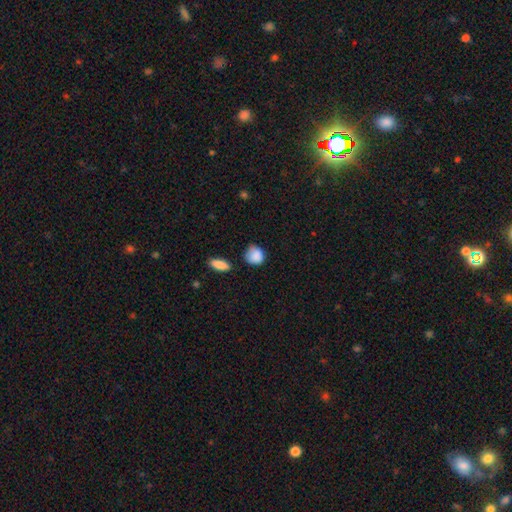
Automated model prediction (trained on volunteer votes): A smooth galaxy with no disk features (87%) that is round (73%). Merging: none (61%).